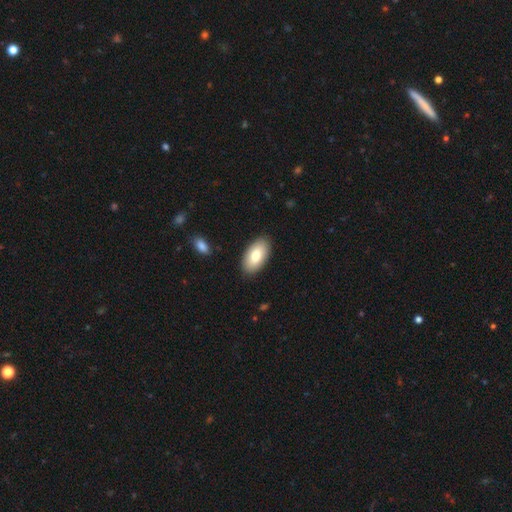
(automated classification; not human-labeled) Q: Smooth or featured?
A: smooth (78%); runner-up: featured or disk (16%)
Q: How rounded?
A: in between (95%); runner-up: round (3%)
Q: Merging?
A: none (88%); runner-up: minor disturbance (9%)